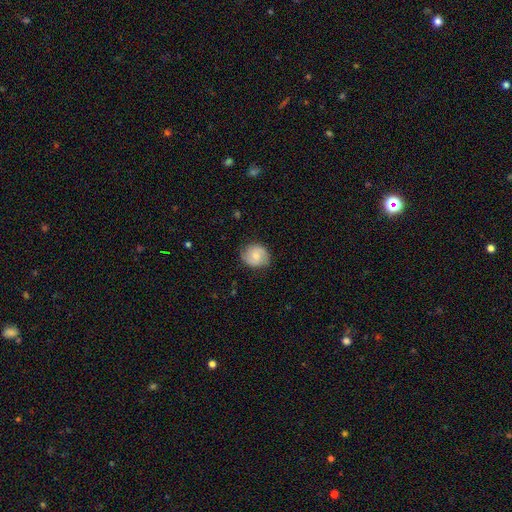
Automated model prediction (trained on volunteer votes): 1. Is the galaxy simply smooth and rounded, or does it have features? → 58% smooth, 35% featured or disk, 7% star or artifact.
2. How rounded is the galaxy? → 78% round, 21% in between, 1% cigar-shaped.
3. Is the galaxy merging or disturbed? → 78% none, 18% minor disturbance, 4% major disturbance, 1% merger.